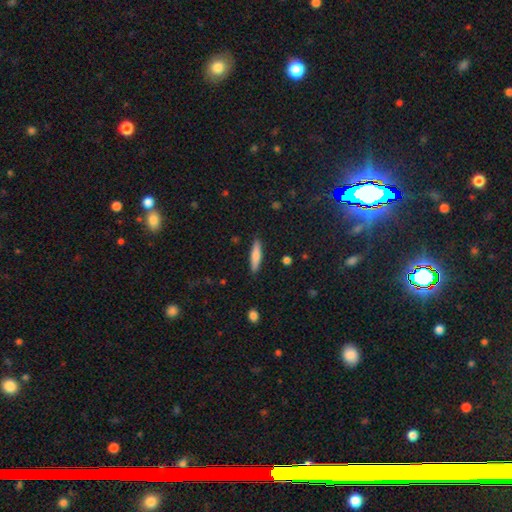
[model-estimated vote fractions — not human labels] Smooth or featured?
  - smooth: 70% *
  - featured or disk: 24%
  - star or artifact: 6%
How rounded?
  - cigar-shaped: 79% *
  - in between: 19%
  - round: 2%
Merging?
  - none: 89% *
  - minor disturbance: 8%
  - major disturbance: 2%
  - merger: 1%